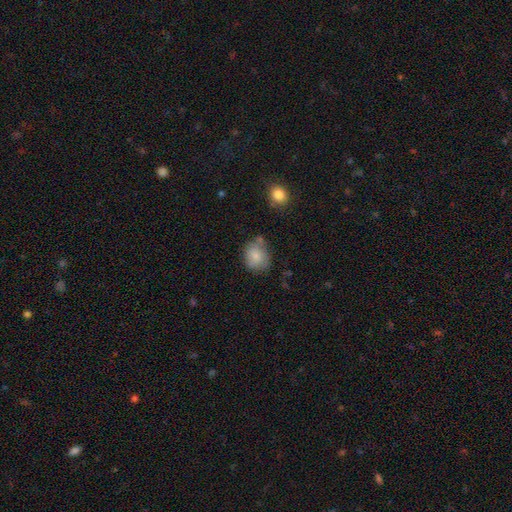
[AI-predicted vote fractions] Smooth or featured? smooth (78%)
How rounded? round (54%)
Merging? none (54%)